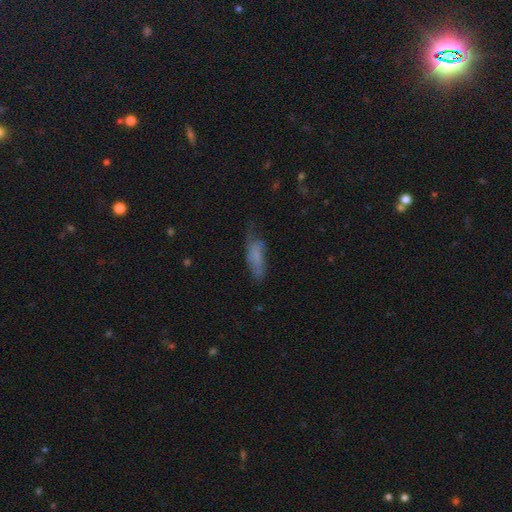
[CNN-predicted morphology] A smooth galaxy with no disk features (66%) that is in between round and cigar-shaped (52%). Merging: none (45%).